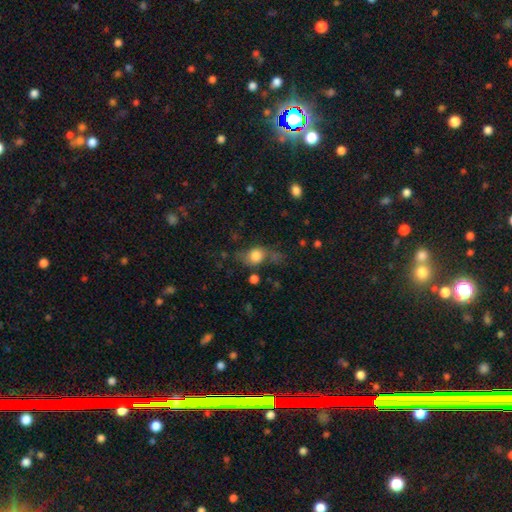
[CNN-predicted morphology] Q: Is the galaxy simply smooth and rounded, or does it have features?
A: smooth — 70%.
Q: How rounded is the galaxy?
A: in between — 49%.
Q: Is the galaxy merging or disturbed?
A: none — 53%.